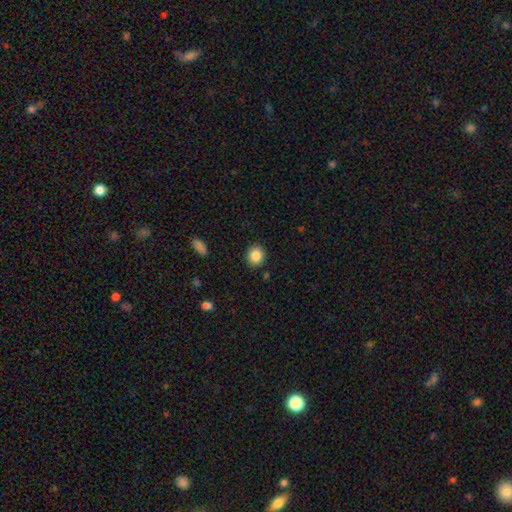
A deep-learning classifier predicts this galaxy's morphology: Smooth or featured? smooth (86%)
How rounded? round (75%)
Merging? none (89%)